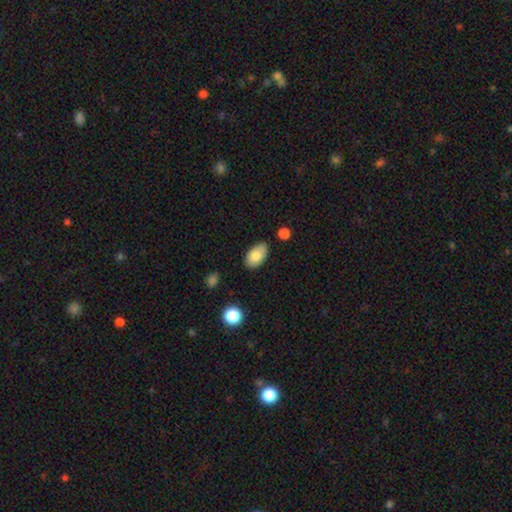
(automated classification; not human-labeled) This is likely a smooth galaxy (79%). How rounded: clearly in between (93%). Merging: likely none (79%).